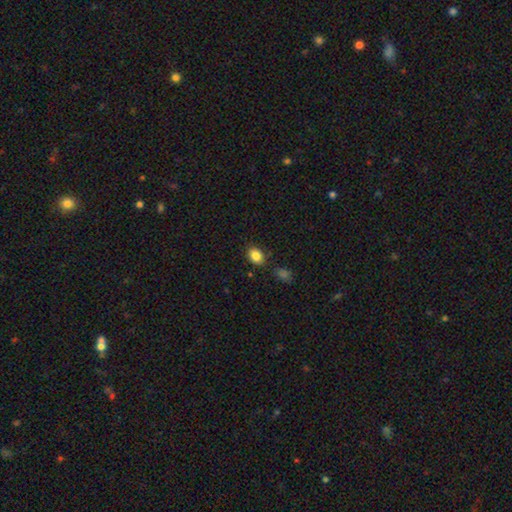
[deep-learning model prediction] Morphology: type=smooth (85%); roundness=in between (70%); merging=none (82%).